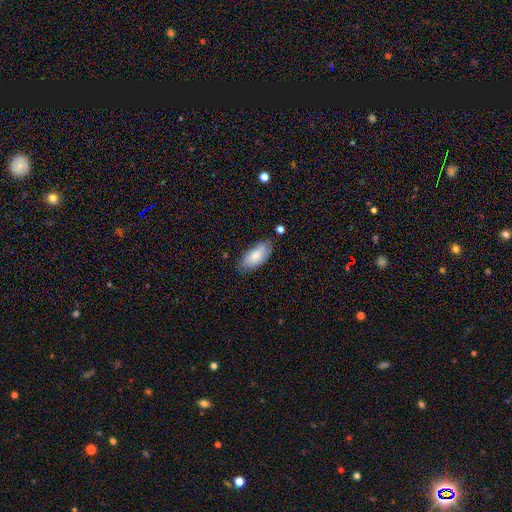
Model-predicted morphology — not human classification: Overall: smooth (77%). How rounded: in between (91%). Merging: none (73%).